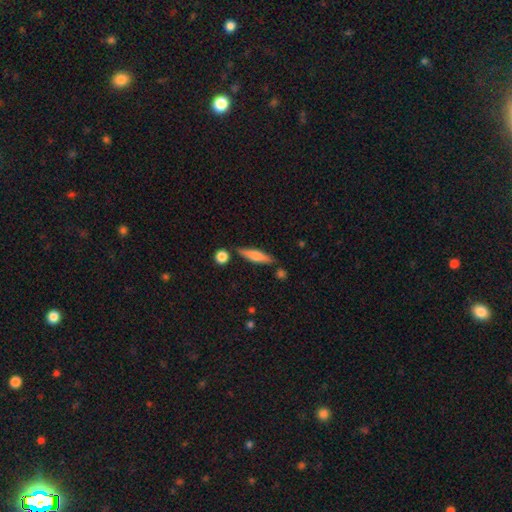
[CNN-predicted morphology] Smooth or featured? smooth (64%)
How rounded? cigar-shaped (74%)
Merging? none (79%)